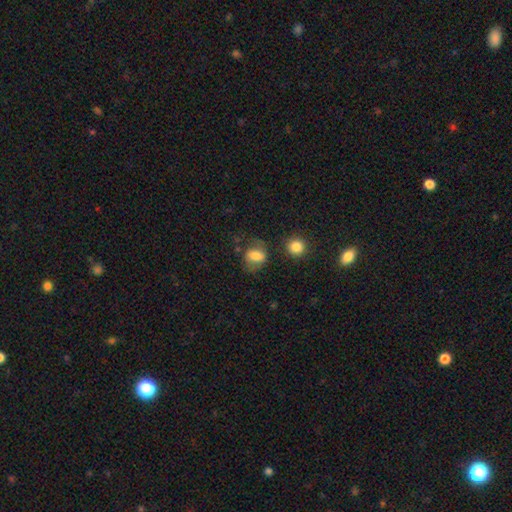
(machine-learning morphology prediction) Smooth or featured?
  - smooth: 70% *
  - featured or disk: 20%
  - star or artifact: 10%
How rounded?
  - in between: 64% *
  - round: 35%
  - cigar-shaped: 2%
Merging?
  - none: 56% *
  - minor disturbance: 22%
  - major disturbance: 15%
  - merger: 7%